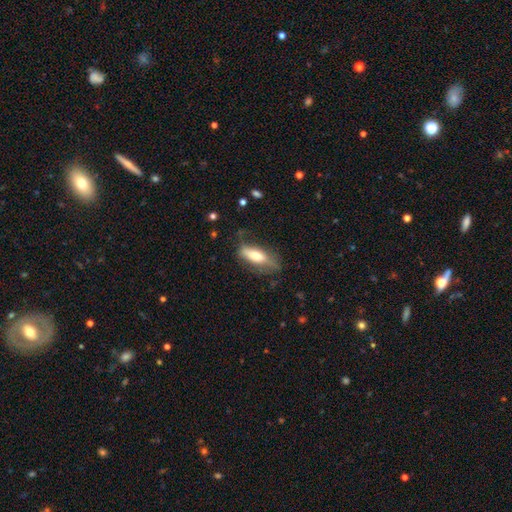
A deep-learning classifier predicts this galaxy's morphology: smooth 66%, featured or disk 28%, star or artifact 6%. Down the decision tree: how rounded — in between (60%); merging — none (56%).